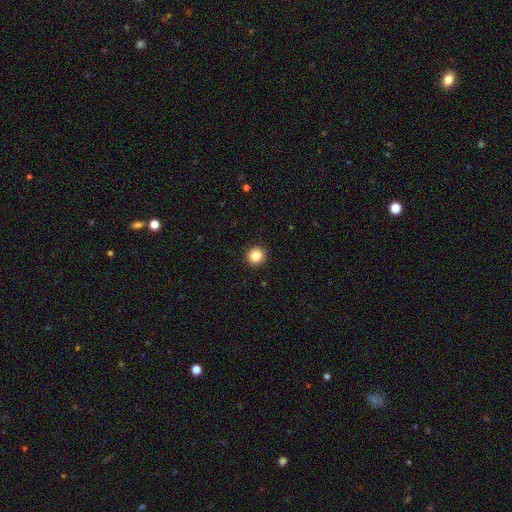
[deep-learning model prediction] A smooth galaxy with no disk features (86%) that is round (92%). Merging: none (93%).